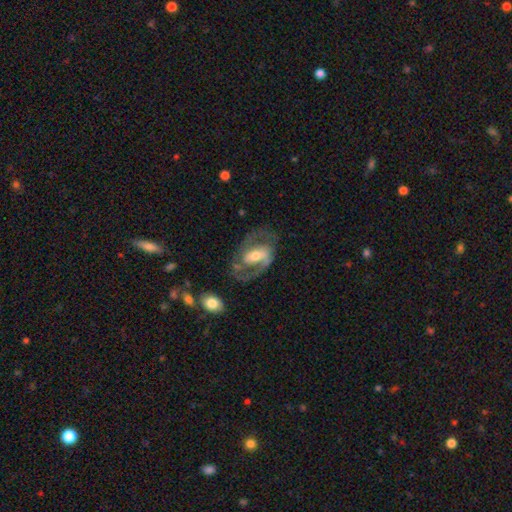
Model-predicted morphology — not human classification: Smooth or featured?
  - featured or disk: 81% *
  - smooth: 14%
  - star or artifact: 5%
Edge-on disk?
  - no: 96% *
  - yes: 4%
Bar?
  - weak: 39% *
  - strong: 36%
  - no: 25%
Spiral arms?
  - yes: 88% *
  - no: 12%
Spiral winding?
  - medium: 54% *
  - tight: 27%
  - loose: 19%
Spiral arm count?
  - 2: 83% *
  - 1: 7%
  - can't tell: 6%
  - 3: 2%
  - 4: 1%
  - more than 4: 1%
Bulge size?
  - moderate: 60% *
  - small: 25%
  - large: 11%
  - none: 2%
  - dominant: 1%
Merging?
  - none: 65% *
  - minor disturbance: 17%
  - major disturbance: 15%
  - merger: 3%